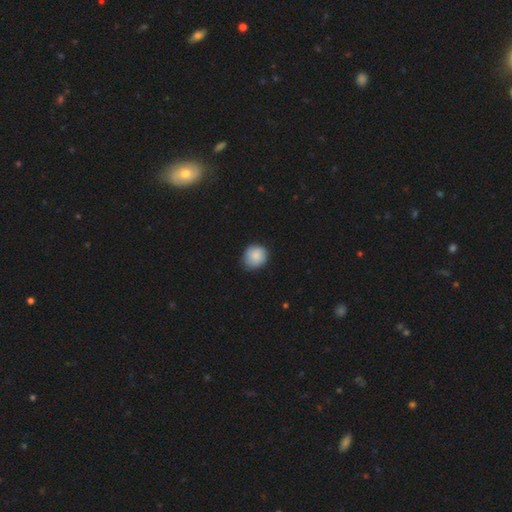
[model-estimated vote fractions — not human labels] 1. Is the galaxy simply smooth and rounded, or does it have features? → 86% smooth, 7% star or artifact, 7% featured or disk.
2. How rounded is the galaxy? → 80% round, 20% in between, 1% cigar-shaped.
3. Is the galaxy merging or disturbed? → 76% none, 20% minor disturbance, 3% major disturbance, 1% merger.